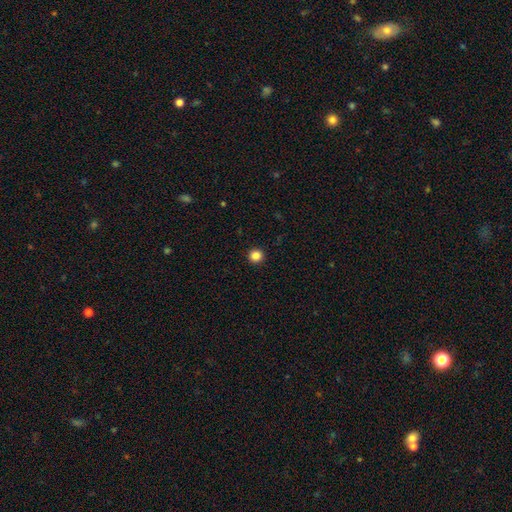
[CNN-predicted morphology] type=smooth (85%); roundness=round (95%); merging=none (94%).